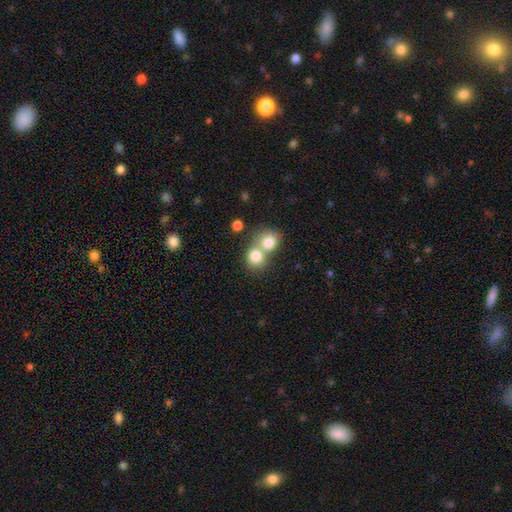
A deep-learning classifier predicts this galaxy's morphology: Q: Smooth or featured?
A: smooth (79%); runner-up: featured or disk (11%)
Q: How rounded?
A: round (78%); runner-up: in between (21%)
Q: Merging?
A: merger (60%); runner-up: none (32%)